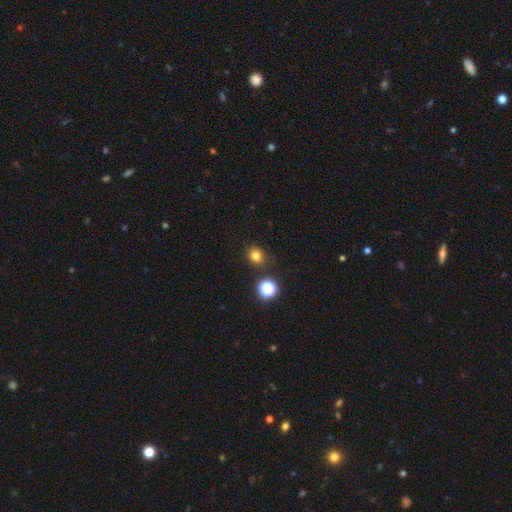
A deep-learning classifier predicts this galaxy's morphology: Smooth or featured? Predicted: smooth (p=0.77). How rounded? Predicted: round (p=0.70). Merging? Predicted: none (p=0.85).